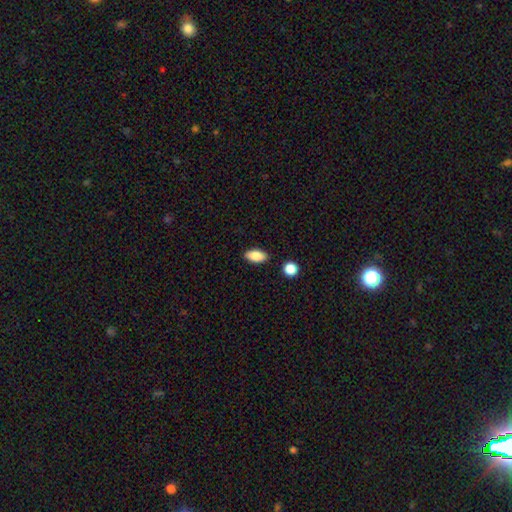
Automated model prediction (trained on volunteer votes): Q: Smooth or featured?
A: smooth (85%); runner-up: star or artifact (7%)
Q: How rounded?
A: in between (90%); runner-up: cigar-shaped (6%)
Q: Merging?
A: none (87%); runner-up: minor disturbance (9%)